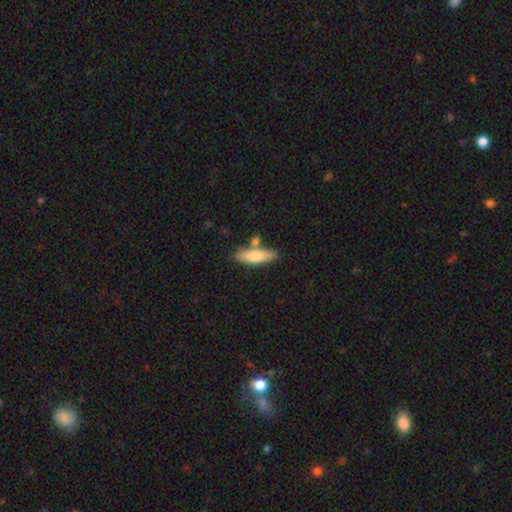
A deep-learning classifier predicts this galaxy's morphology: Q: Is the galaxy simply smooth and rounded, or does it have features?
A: smooth — 66%.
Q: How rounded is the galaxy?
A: cigar-shaped — 51%.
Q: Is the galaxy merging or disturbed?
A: none — 69%.